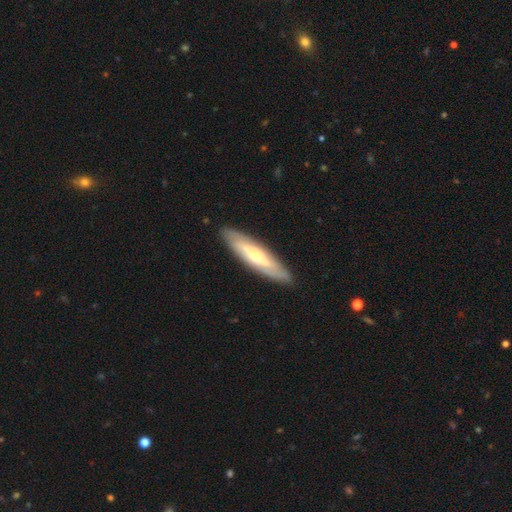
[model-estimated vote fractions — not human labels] Q: Smooth or featured?
A: featured or disk (62%); runner-up: smooth (33%)
Q: Edge-on disk?
A: no (54%); runner-up: yes (46%)
Q: Merging?
A: none (87%); runner-up: minor disturbance (9%)